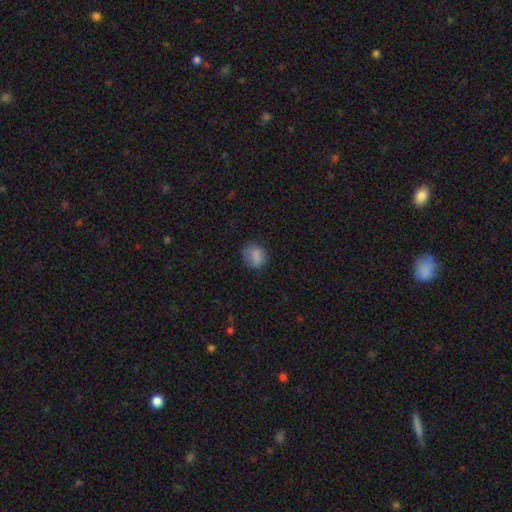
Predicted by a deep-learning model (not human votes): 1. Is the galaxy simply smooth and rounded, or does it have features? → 82% smooth, 10% star or artifact, 8% featured or disk.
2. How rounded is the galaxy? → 55% round, 43% in between, 2% cigar-shaped.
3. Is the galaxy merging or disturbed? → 72% none, 20% minor disturbance, 6% major disturbance, 2% merger.